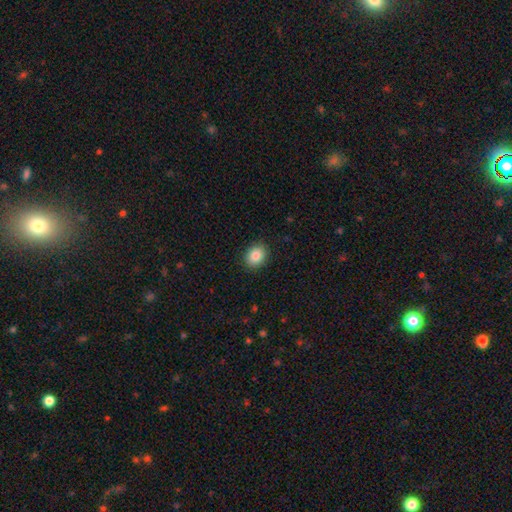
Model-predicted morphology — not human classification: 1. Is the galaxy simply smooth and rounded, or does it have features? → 85% smooth, 9% star or artifact, 6% featured or disk.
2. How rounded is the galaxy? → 52% round, 47% in between, 1% cigar-shaped.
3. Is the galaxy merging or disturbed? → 90% none, 8% minor disturbance, 2% major disturbance, 1% merger.